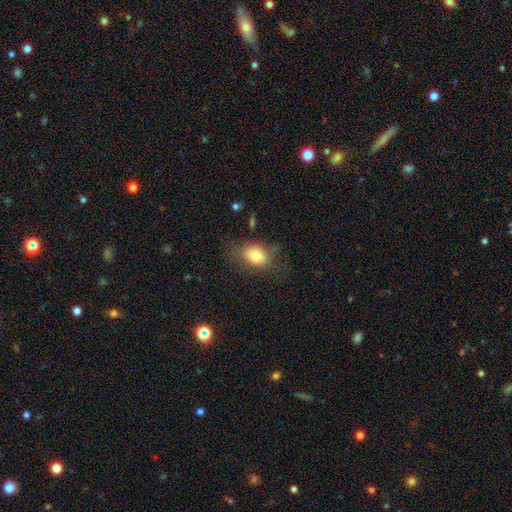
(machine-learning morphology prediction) Smooth or featured?
  - smooth: 79% *
  - featured or disk: 12%
  - star or artifact: 9%
How rounded?
  - in between: 76% *
  - round: 23%
  - cigar-shaped: 2%
Merging?
  - none: 57% *
  - minor disturbance: 25%
  - major disturbance: 16%
  - merger: 2%